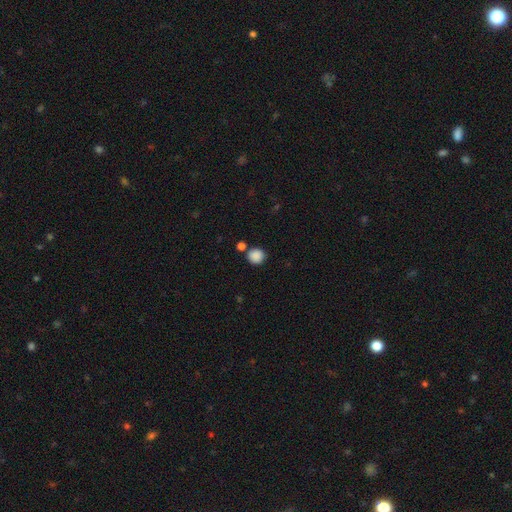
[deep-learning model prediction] This appears to be a smooth galaxy with no disk features (88%) that is round (89%). Merging: none (75%).